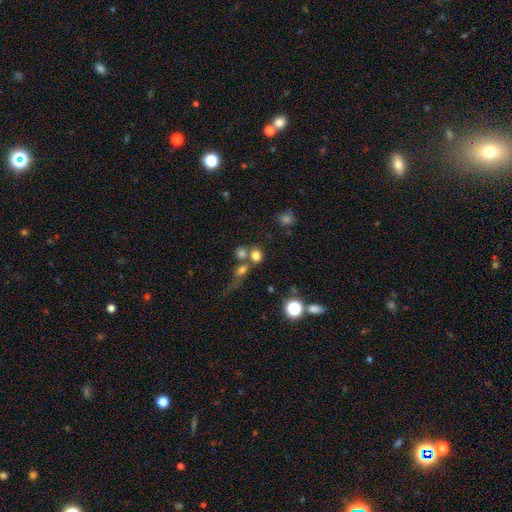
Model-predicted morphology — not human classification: A smooth galaxy with no disk features (73%) that is round (74%). Merging: none (47%).